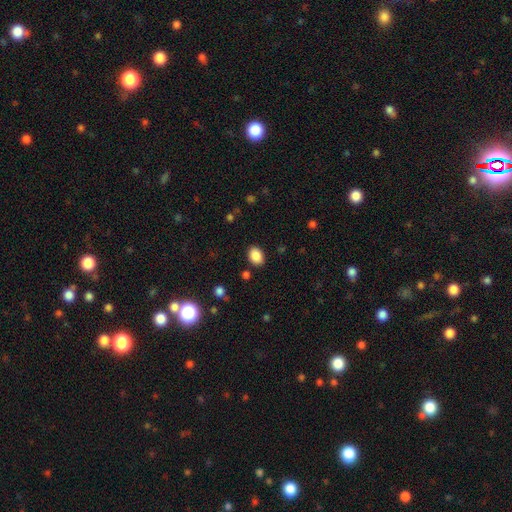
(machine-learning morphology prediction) Q: Smooth or featured?
A: smooth (87%); runner-up: star or artifact (9%)
Q: How rounded?
A: in between (73%); runner-up: round (26%)
Q: Merging?
A: none (87%); runner-up: minor disturbance (9%)